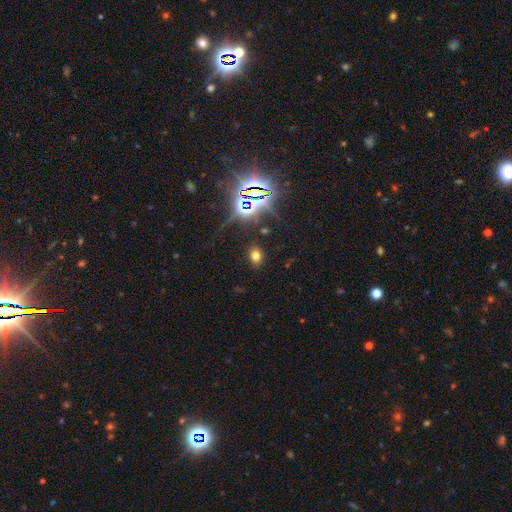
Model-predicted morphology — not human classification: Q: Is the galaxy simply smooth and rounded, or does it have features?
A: smooth — 62%.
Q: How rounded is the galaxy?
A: in between — 74%.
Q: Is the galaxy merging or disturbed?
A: none — 86%.